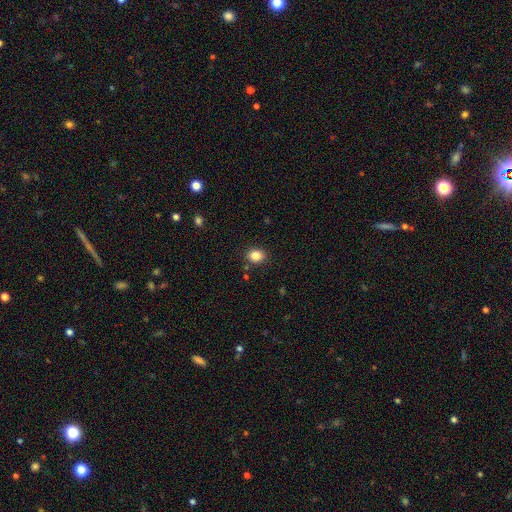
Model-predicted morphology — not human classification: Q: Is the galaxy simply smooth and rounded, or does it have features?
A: smooth — 84%.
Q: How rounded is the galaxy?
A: round — 55%.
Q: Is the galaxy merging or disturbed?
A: none — 87%.